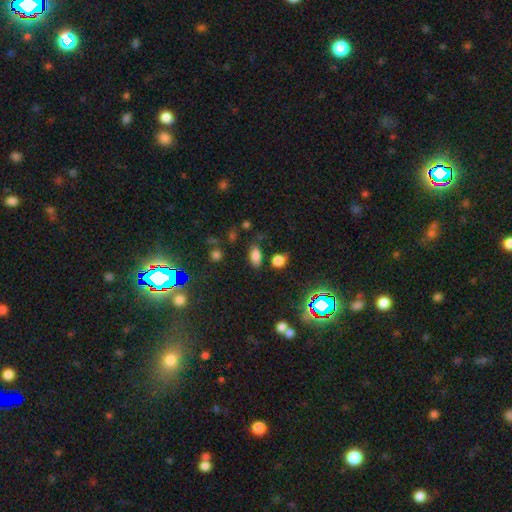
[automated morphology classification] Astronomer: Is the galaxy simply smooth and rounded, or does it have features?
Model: smooth — 78%.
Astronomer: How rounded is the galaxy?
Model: in between — 89%.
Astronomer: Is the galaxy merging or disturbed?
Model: none — 76%.